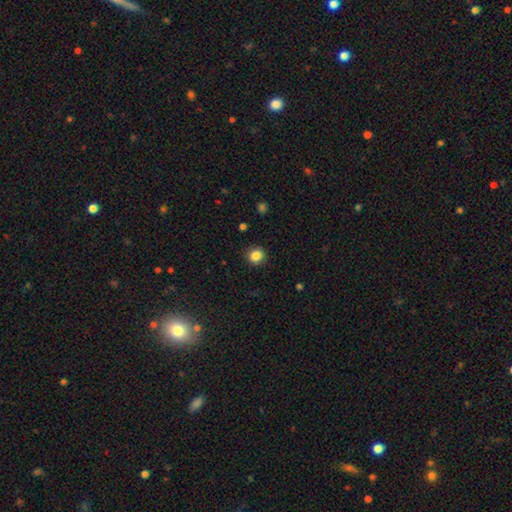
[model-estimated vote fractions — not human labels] smooth 85%, star or artifact 11%, featured or disk 4%. Down the decision tree: how rounded — round (87%); merging — none (88%).